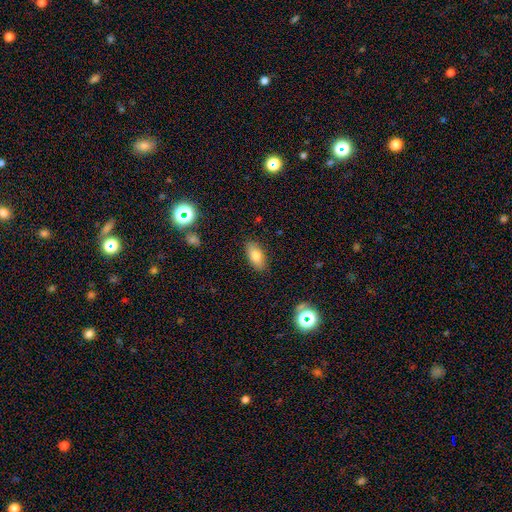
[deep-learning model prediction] smooth_or_featured: smooth (p=0.79) [alt: featured or disk p=0.13]
how_rounded: in between (p=0.89) [alt: cigar-shaped p=0.07]
merging: none (p=0.87) [alt: minor disturbance p=0.10]